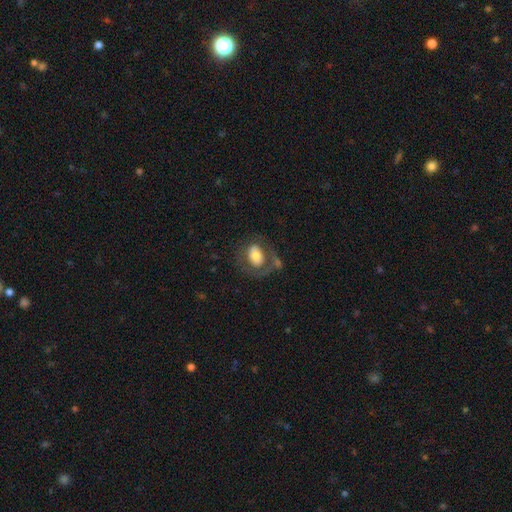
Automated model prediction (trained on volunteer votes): A smooth galaxy with no disk features (57%) that is in between round and cigar-shaped (72%). Merging: none (46%).